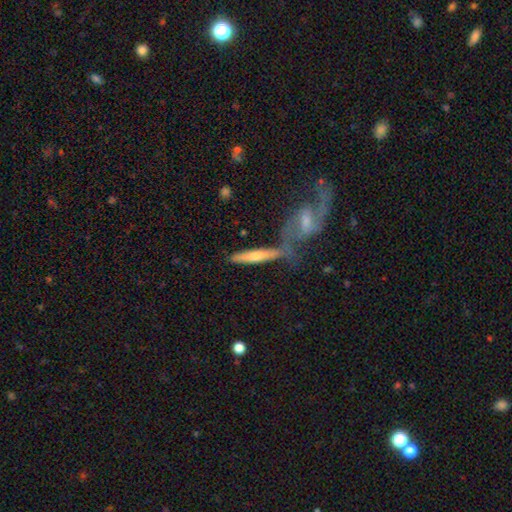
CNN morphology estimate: Smooth or featured? Predicted: featured or disk (p=0.73). Edge-on disk? Predicted: yes (p=0.66). Merging? Predicted: none (p=0.45).